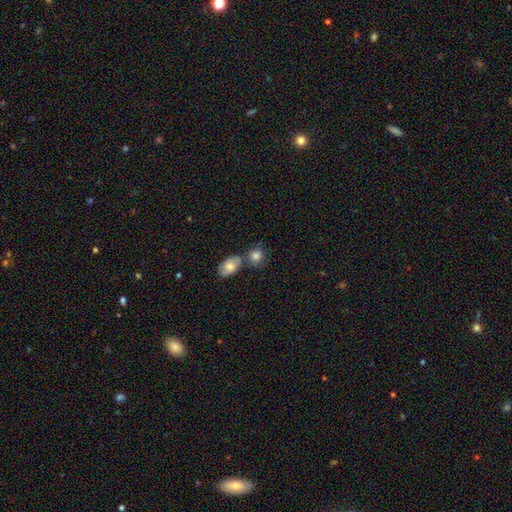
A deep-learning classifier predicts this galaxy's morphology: type=smooth (81%); roundness=round (67%); merging=none (51%).